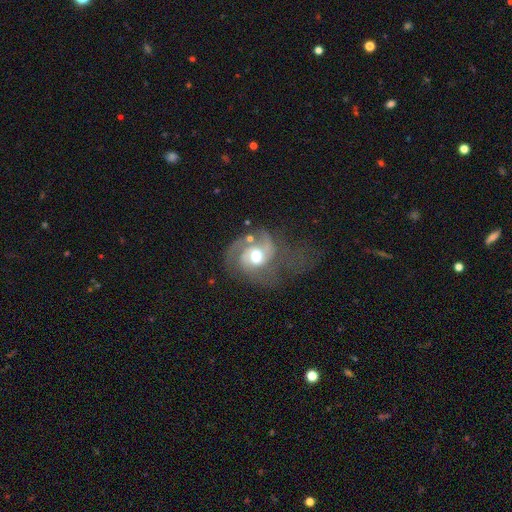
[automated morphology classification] smooth-or-featured: featured or disk: 80% | smooth: 14% | star or artifact: 7%
  disk-edge-on: no: 98% | yes: 2%
    bar: no: 66% | weak: 28% | strong: 6%
    has-spiral-arms: yes: 91% | no: 9%
      spiral-winding: medium: 47% | tight: 30% | loose: 23%
      spiral-arm-count: 2: 50% | 1: 18% | 3: 14% | can't tell: 13% | 4: 2% | more than 4: 2%
    bulge-size: moderate: 67% | large: 22% | small: 8% | dominant: 2% | none: 1%
  merging: major disturbance: 38% | none: 33% | minor disturbance: 19% | merger: 10%